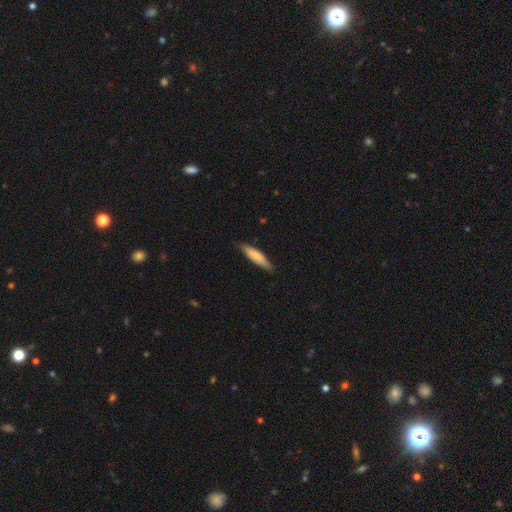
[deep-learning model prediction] Q: Smooth or featured?
A: smooth (74%); runner-up: featured or disk (21%)
Q: How rounded?
A: cigar-shaped (77%); runner-up: in between (22%)
Q: Merging?
A: none (82%); runner-up: minor disturbance (15%)